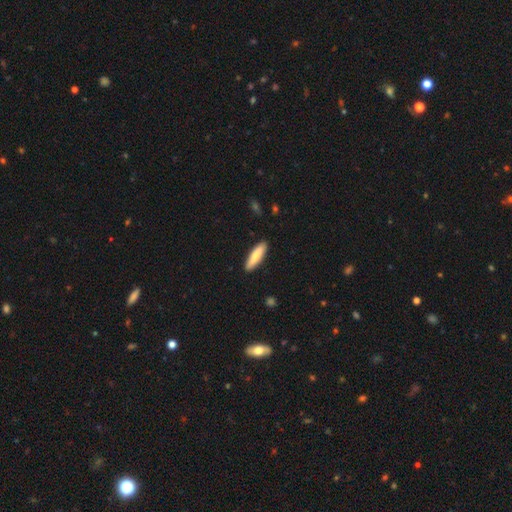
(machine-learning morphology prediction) The model was most divided on "how rounded": cigar-shaped: 67%, in between: 32%, round: 2%. More confident: merging — none (90%); smooth or featured — smooth (77%).